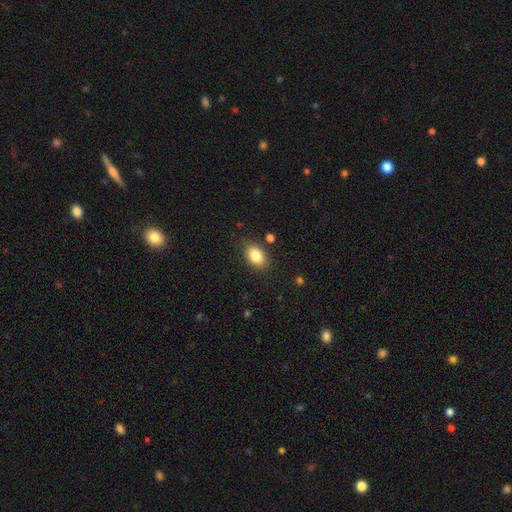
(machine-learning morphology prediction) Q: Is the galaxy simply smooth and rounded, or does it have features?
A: smooth — 84%.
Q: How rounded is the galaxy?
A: in between — 83%.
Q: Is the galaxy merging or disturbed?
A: none — 83%.